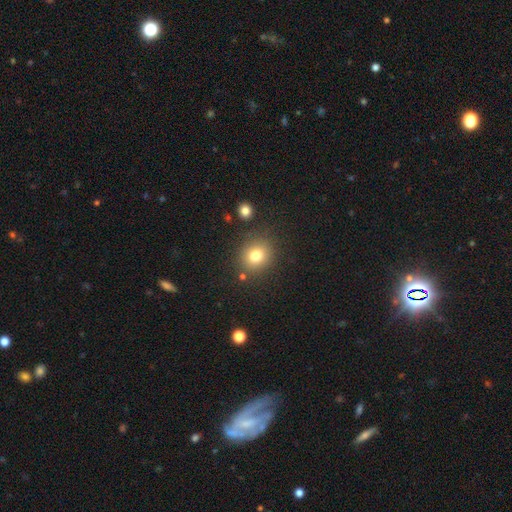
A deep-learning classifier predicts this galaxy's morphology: A smooth galaxy with no disk features (79%) that is round (78%).

Vote fractions:
- Smooth or featured? smooth: 79% / star or artifact: 13% / featured or disk: 9%
- How rounded? round: 78% / in between: 21% / cigar-shaped: 1%
- Merging? none: 83% / minor disturbance: 9% / merger: 4% / major disturbance: 3%